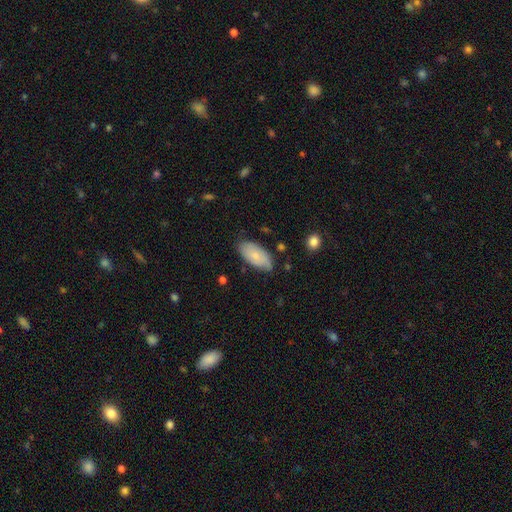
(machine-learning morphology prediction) Smooth or featured? Predicted: smooth (p=0.72). How rounded? Predicted: in between (p=0.93). Merging? Predicted: none (p=0.74).